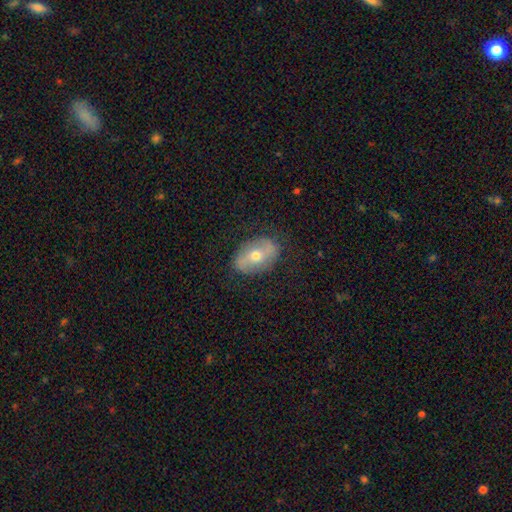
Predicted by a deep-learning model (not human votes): Smooth or featured: featured or disk — 55% (smooth — 38%)
Edge-on disk: no — 92% (yes — 8%)
Bar: no — 41% (weak — 32%)
Spiral arms: yes — 59% (no — 41%)
Bulge size: moderate — 67% (small — 29%)
Merging: none — 82% (minor disturbance — 13%)